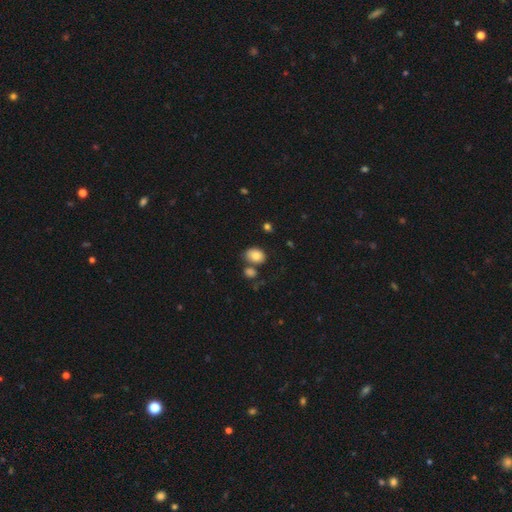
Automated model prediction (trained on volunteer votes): This is clearly a smooth galaxy (82%). How rounded: likely in between (72%). Merging: likely none (61%).